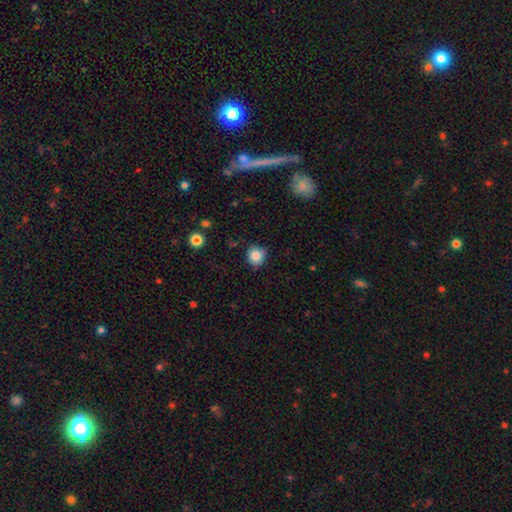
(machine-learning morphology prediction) smooth 84%, star or artifact 10%, featured or disk 6%. Down the decision tree: how rounded — round (87%); merging — none (81%).